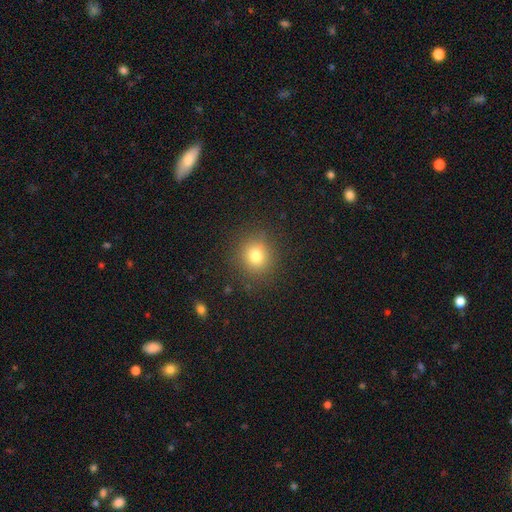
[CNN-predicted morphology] Q: Smooth or featured?
A: smooth (78%); runner-up: star or artifact (14%)
Q: How rounded?
A: round (87%); runner-up: in between (12%)
Q: Merging?
A: none (87%); runner-up: minor disturbance (8%)